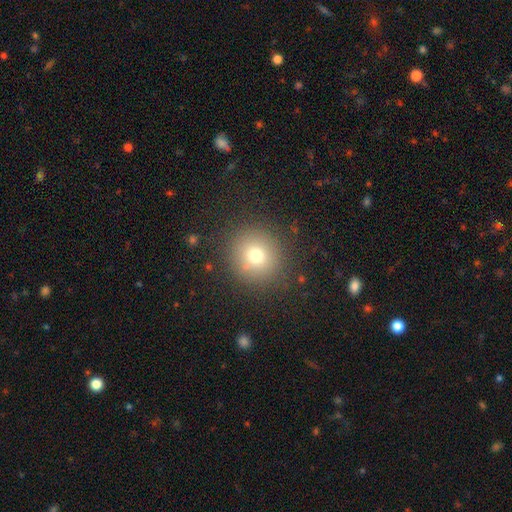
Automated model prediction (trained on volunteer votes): This appears to be a smooth galaxy with no disk features (72%) that is round (93%). Merging: none (87%).